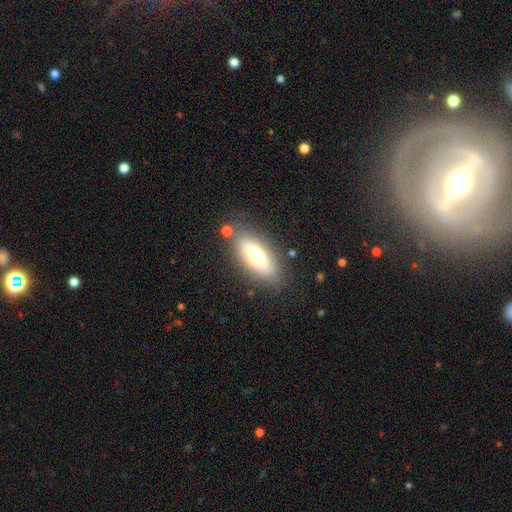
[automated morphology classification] Smooth or featured: smooth — 64% (featured or disk — 29%)
How rounded: in between — 78% (cigar-shaped — 20%)
Merging: none — 79% (minor disturbance — 13%)